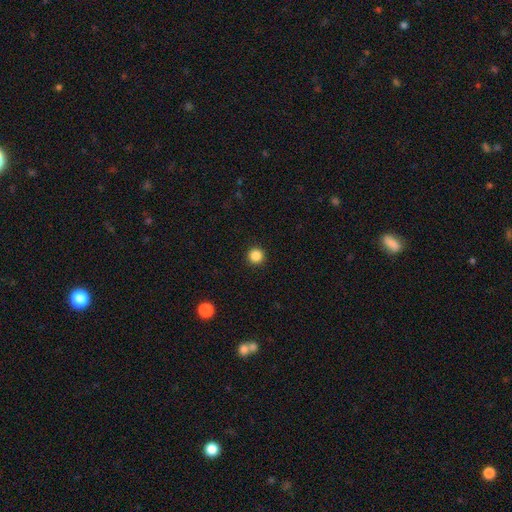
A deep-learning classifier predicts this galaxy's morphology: A smooth galaxy with no disk features (87%) that is round (96%). Merging: none (94%).